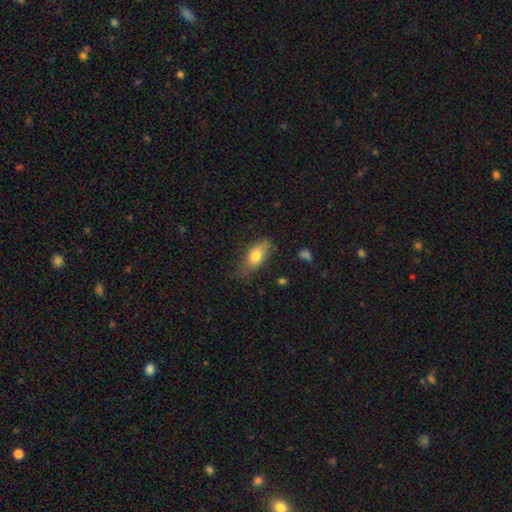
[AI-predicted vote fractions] Smooth or featured: smooth — 73% (featured or disk — 19%)
How rounded: in between — 84% (cigar-shaped — 11%)
Merging: none — 60% (minor disturbance — 30%)